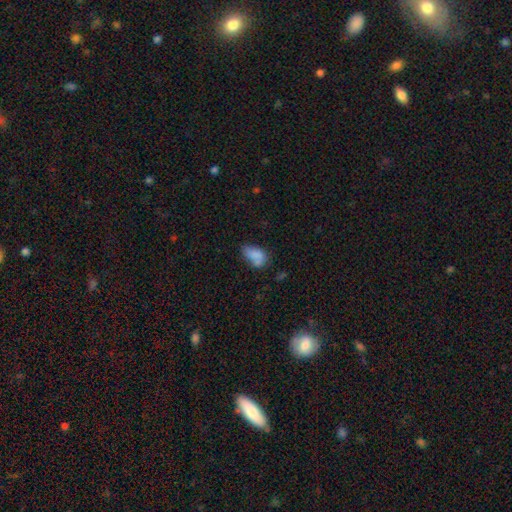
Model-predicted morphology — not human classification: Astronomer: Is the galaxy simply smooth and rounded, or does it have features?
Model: smooth — 74%.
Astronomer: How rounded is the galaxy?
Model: in between — 88%.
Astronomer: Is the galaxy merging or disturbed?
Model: none — 37% (runner-up: minor disturbance, 29%).